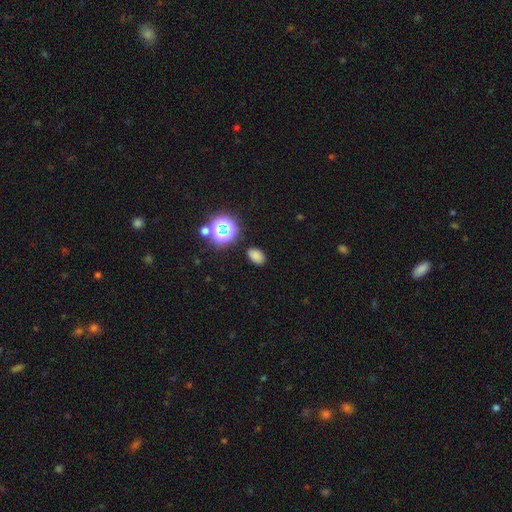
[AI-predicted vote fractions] Smooth or featured? smooth (75%)
How rounded? in between (85%)
Merging? none (86%)